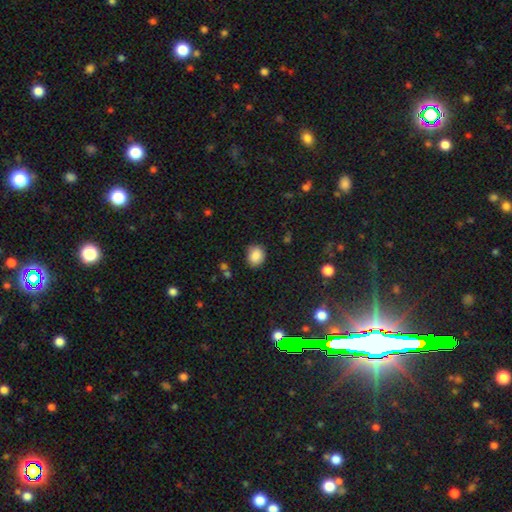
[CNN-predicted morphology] Smooth or featured: smooth — 85% (star or artifact — 9%)
How rounded: round — 61% (in between — 38%)
Merging: none — 80% (minor disturbance — 14%)